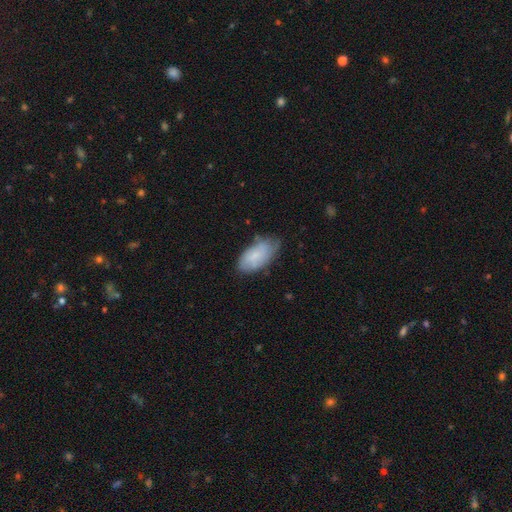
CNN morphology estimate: A smooth galaxy with no disk features (66%) that is in between round and cigar-shaped (94%). Merging: none (64%).